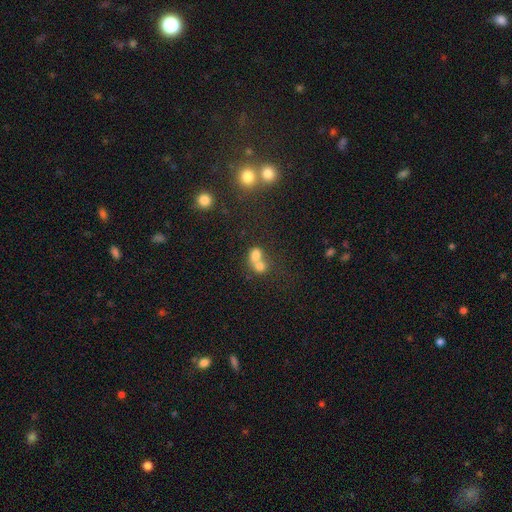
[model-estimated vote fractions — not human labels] Smooth or featured? smooth (71%)
How rounded? round (59%)
Merging? merger (71%)